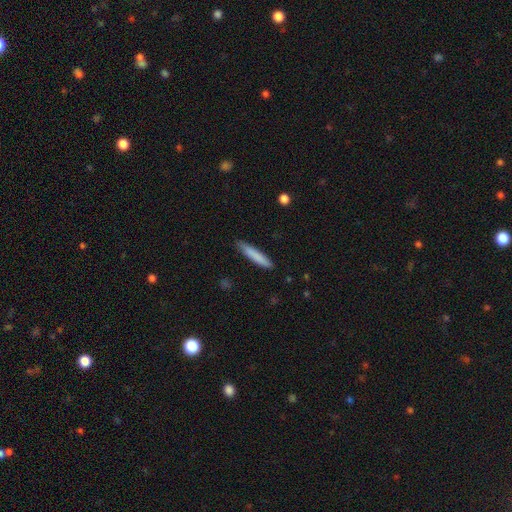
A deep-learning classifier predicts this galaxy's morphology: Overall: smooth (81%). How rounded: cigar-shaped (92%). Merging: none (86%).